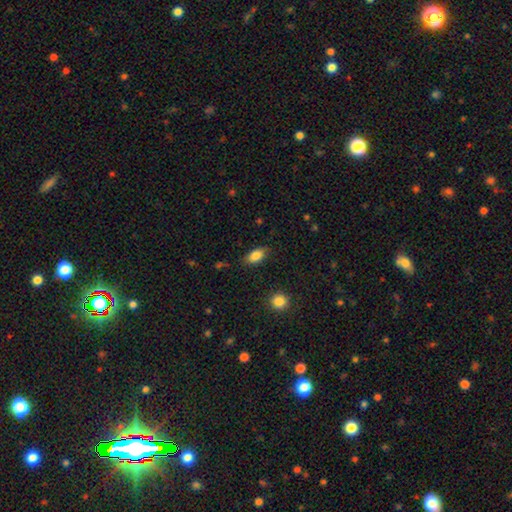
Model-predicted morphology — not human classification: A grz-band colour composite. It shows a smooth galaxy with no disk features (84%) that is in between round and cigar-shaped (89%). Merging: none (83%).